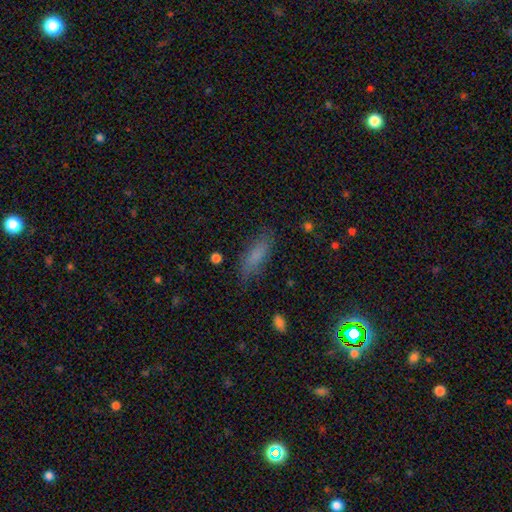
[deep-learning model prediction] Smooth or featured?
  - smooth: 74% *
  - featured or disk: 15%
  - star or artifact: 11%
How rounded?
  - in between: 58% *
  - cigar-shaped: 40%
  - round: 3%
Merging?
  - none: 76% *
  - minor disturbance: 17%
  - major disturbance: 5%
  - merger: 2%